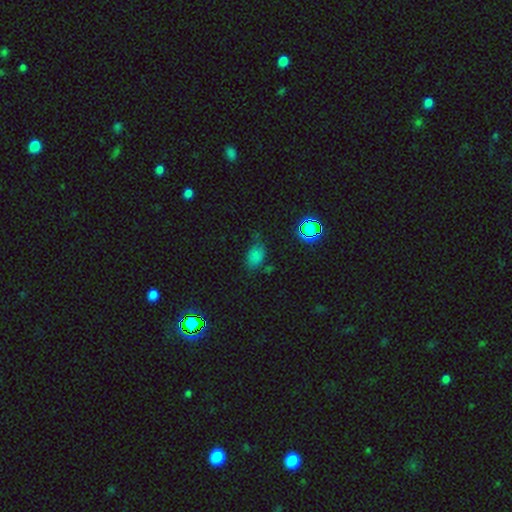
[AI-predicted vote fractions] A smooth galaxy with no disk features (65%) that is in between round and cigar-shaped (83%). Merging: none (54%).